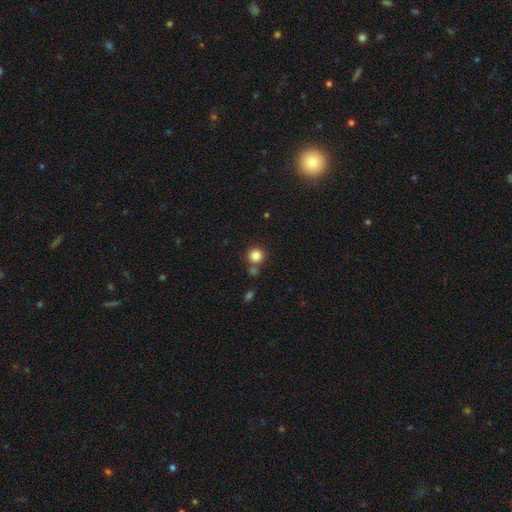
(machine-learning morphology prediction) smooth-or-featured: smooth: 84% | star or artifact: 10% | featured or disk: 6%
  how-rounded: round: 93% | in between: 6% | cigar-shaped: 1%
  merging: none: 73% | merger: 15% | minor disturbance: 9% | major disturbance: 3%